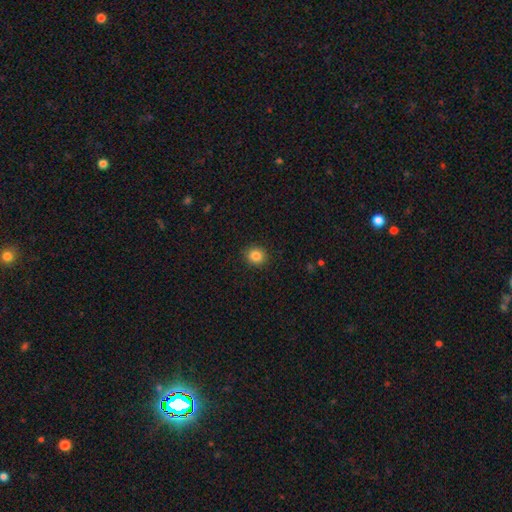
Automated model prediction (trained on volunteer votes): A smooth galaxy with no disk features (85%) that is round (85%). Merging: none (91%).